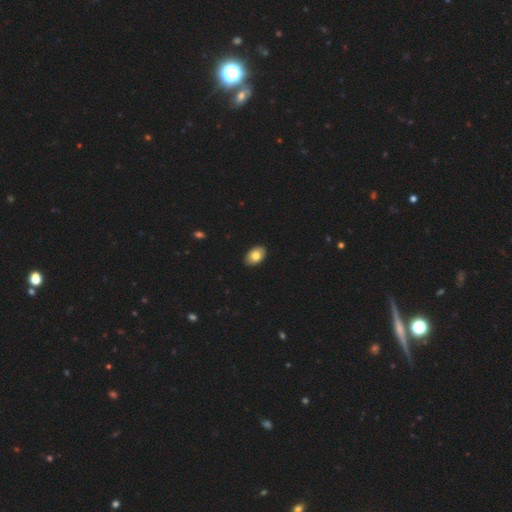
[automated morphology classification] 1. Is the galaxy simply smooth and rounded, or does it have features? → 79% smooth, 14% featured or disk, 7% star or artifact.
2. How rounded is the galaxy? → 89% in between, 10% round, 1% cigar-shaped.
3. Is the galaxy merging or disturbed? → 90% none, 7% minor disturbance, 1% major disturbance, 1% merger.